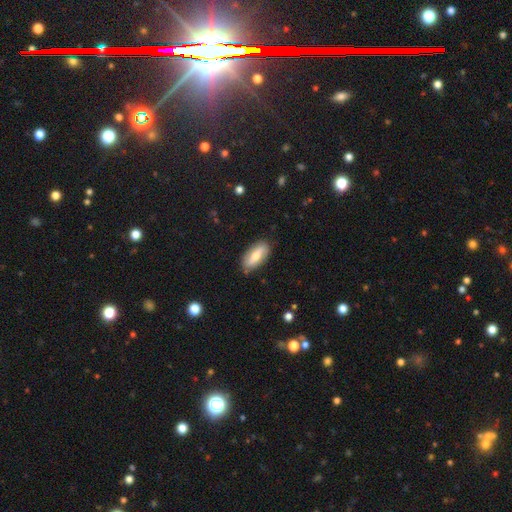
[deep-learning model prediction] Q: Smooth or featured?
A: smooth (58%); runner-up: featured or disk (36%)
Q: How rounded?
A: in between (80%); runner-up: cigar-shaped (17%)
Q: Merging?
A: none (83%); runner-up: minor disturbance (13%)